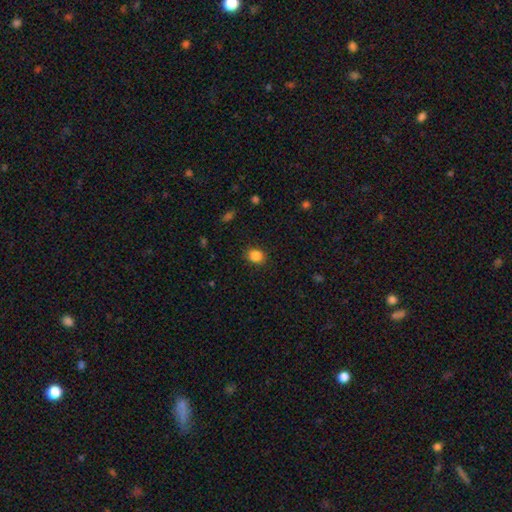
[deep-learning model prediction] Smooth or featured? Predicted: smooth (p=0.85). How rounded? Predicted: round (p=0.66). Merging? Predicted: none (p=0.89).